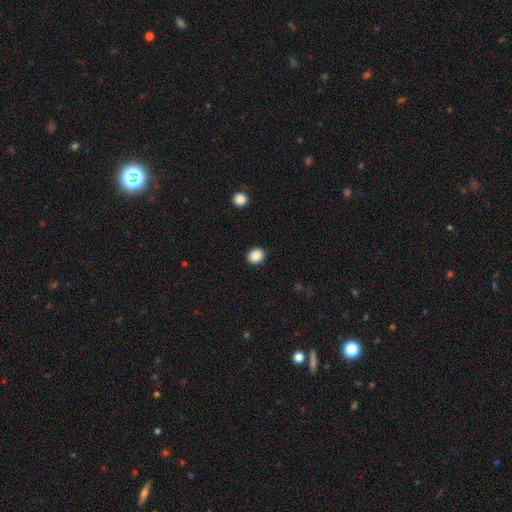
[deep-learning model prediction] Smooth or featured: smooth — 89% (star or artifact — 9%)
How rounded: round — 62% (in between — 37%)
Merging: none — 90% (minor disturbance — 7%)